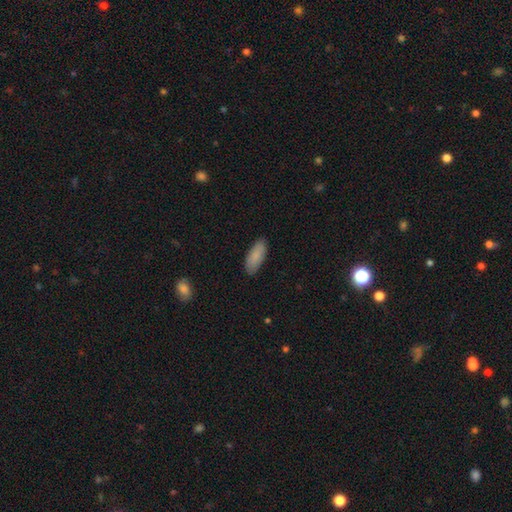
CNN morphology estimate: smooth_or_featured: smooth (p=0.87) [alt: featured or disk p=0.07]
how_rounded: in between (p=0.75) [alt: cigar-shaped p=0.23]
merging: none (p=0.87) [alt: minor disturbance p=0.10]